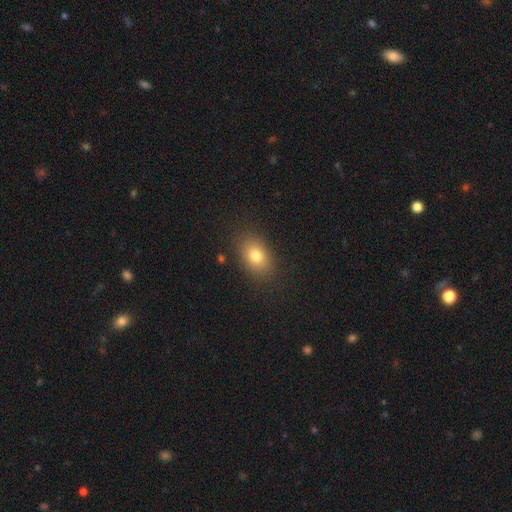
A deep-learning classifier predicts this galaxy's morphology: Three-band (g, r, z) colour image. It shows a smooth galaxy with no disk features (78%) that is in between round and cigar-shaped (79%). Merging: none (85%).